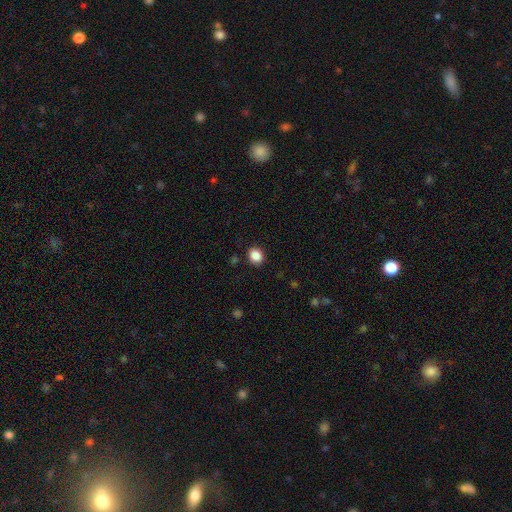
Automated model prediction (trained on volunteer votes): This is clearly a smooth galaxy (87%). How rounded: likely round (66%). Merging: clearly none (88%).